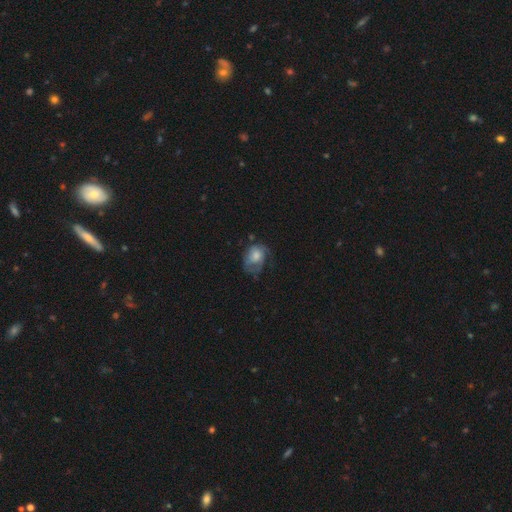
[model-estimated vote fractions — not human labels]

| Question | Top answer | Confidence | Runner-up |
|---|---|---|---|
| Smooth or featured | smooth | 48% | featured or disk (44%) |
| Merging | none | 39% | minor disturbance (30%) |